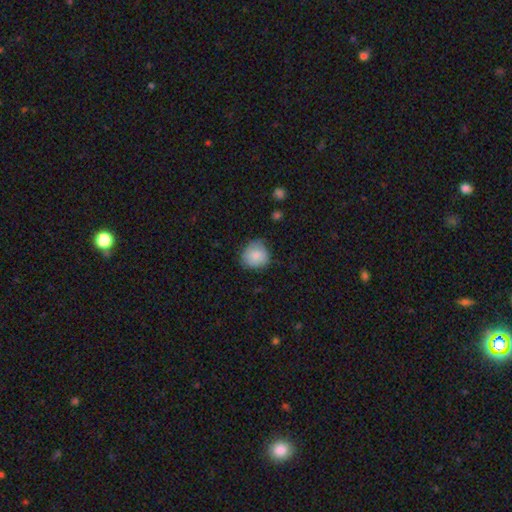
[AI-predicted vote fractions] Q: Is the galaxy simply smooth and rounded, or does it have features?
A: smooth — 83%.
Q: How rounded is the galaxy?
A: round — 84%.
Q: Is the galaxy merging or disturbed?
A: none — 67%.